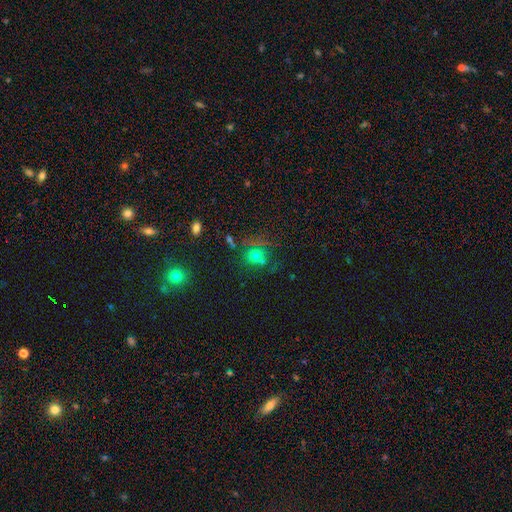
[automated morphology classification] Smooth or featured?
  - smooth: 62% *
  - star or artifact: 27%
  - featured or disk: 11%
How rounded?
  - round: 82% *
  - in between: 17%
  - cigar-shaped: 1%
Merging?
  - none: 67% *
  - minor disturbance: 15%
  - merger: 10%
  - major disturbance: 9%